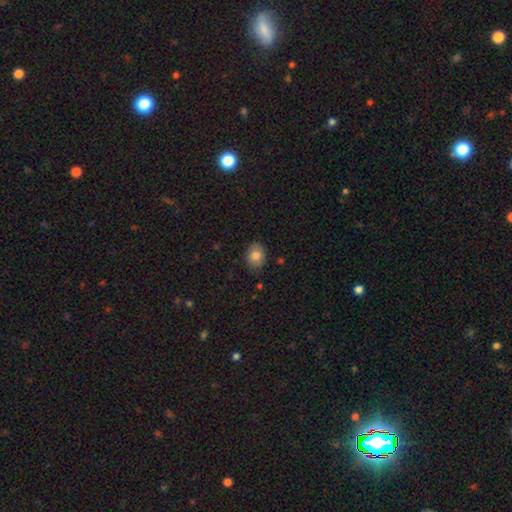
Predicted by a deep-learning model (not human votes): Overall: smooth (82%). How rounded: in between (61%; round 38%). Merging: none (85%).